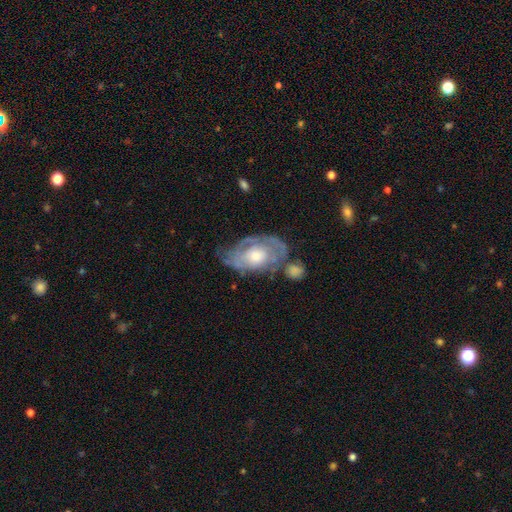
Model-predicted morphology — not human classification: Smooth or featured?
  - featured or disk: 73% *
  - smooth: 22%
  - star or artifact: 6%
Edge-on disk?
  - no: 94% *
  - yes: 6%
Bar?
  - no: 81% *
  - weak: 16%
  - strong: 3%
Spiral arms?
  - yes: 72% *
  - no: 28%
Bulge size?
  - moderate: 57% *
  - large: 23%
  - small: 16%
  - none: 2%
  - dominant: 2%
Merging?
  - none: 48% *
  - minor disturbance: 26%
  - major disturbance: 16%
  - merger: 10%